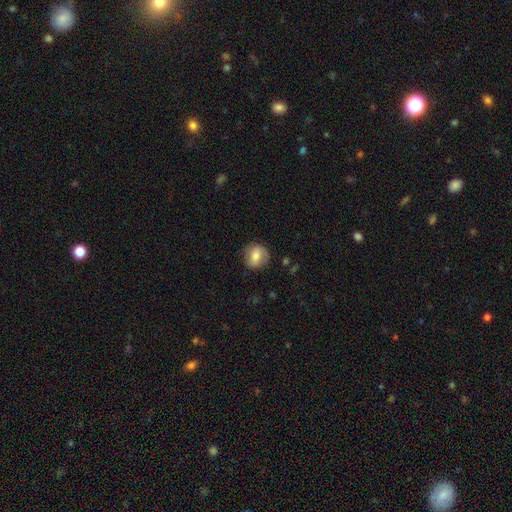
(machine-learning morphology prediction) This appears to be a smooth galaxy with no disk features (70%) that is round (69%). Merging: none (74%).